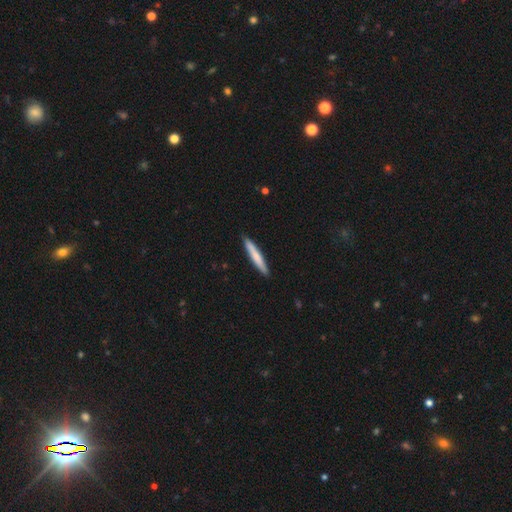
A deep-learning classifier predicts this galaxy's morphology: smooth_or_featured: smooth (p=0.71) [alt: featured or disk p=0.24]
how_rounded: cigar-shaped (p=0.94) [alt: in between p=0.04]
merging: none (p=0.90) [alt: minor disturbance p=0.07]